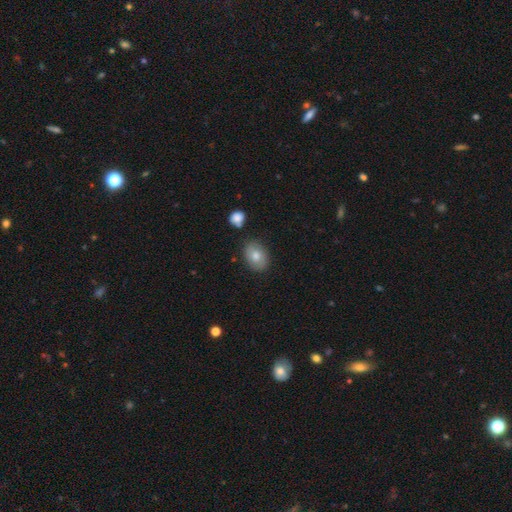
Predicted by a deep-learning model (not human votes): A smooth galaxy with no disk features (78%) that is in between round and cigar-shaped (76%).

Vote fractions:
- Smooth or featured? smooth: 78% / featured or disk: 14% / star or artifact: 8%
- How rounded? in between: 76% / round: 22% / cigar-shaped: 1%
- Merging? none: 79% / minor disturbance: 14% / merger: 4% / major disturbance: 3%